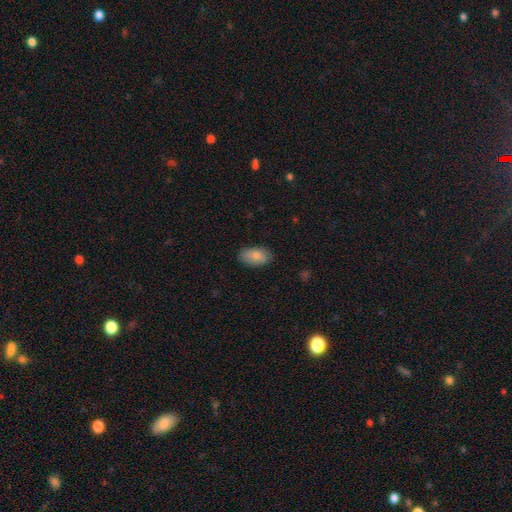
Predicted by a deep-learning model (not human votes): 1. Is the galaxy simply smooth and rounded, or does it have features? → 81% smooth, 12% featured or disk, 7% star or artifact.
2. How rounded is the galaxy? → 93% in between, 6% round, 2% cigar-shaped.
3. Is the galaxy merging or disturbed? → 83% none, 13% minor disturbance, 3% major disturbance, 1% merger.